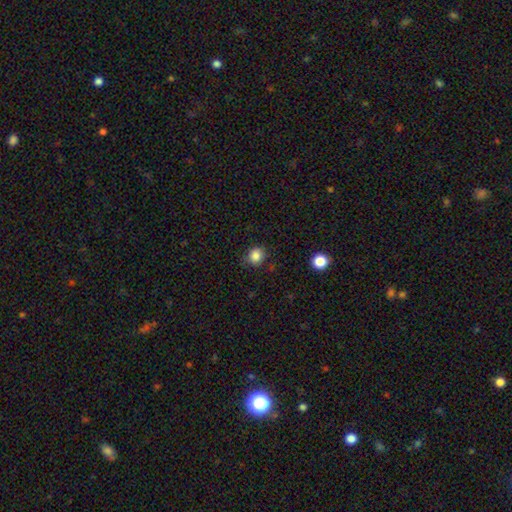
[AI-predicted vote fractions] This is clearly a smooth galaxy (85%). How rounded: clearly round (80%). Merging: clearly none (82%).